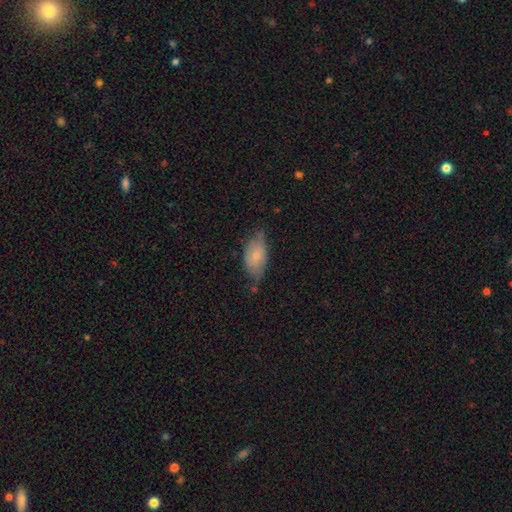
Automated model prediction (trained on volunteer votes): The model was most divided on "merging": none: 53%, minor disturbance: 36%, major disturbance: 8%, merger: 3%. More confident: how rounded — in between (91%); smooth or featured — smooth (67%).